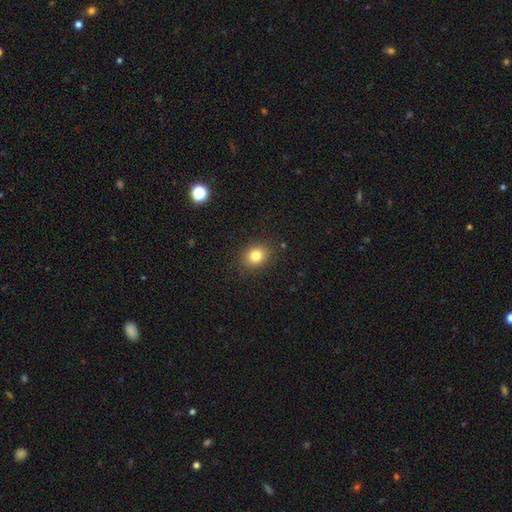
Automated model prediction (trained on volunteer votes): Smooth or featured? Predicted: smooth (p=0.81). How rounded? Predicted: round (p=0.60). Merging? Predicted: none (p=0.87).